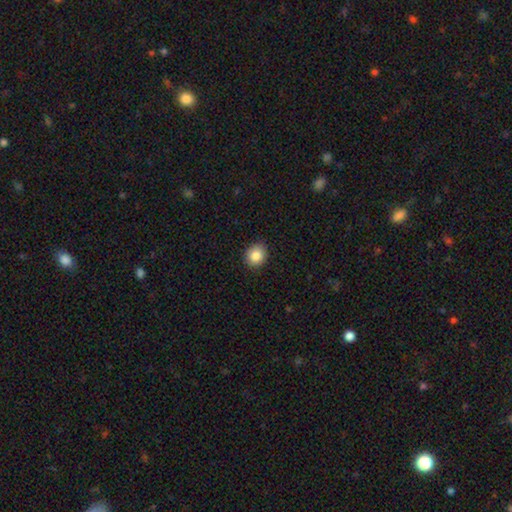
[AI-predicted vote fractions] Smooth or featured? Predicted: smooth (p=0.86). How rounded? Predicted: round (p=0.70). Merging? Predicted: none (p=0.88).